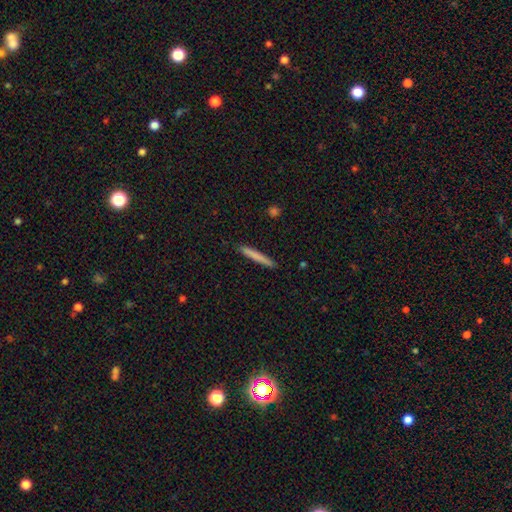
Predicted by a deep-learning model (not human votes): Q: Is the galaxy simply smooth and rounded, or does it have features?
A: smooth — 76%.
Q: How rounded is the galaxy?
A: cigar-shaped — 96%.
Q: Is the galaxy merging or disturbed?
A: none — 91%.